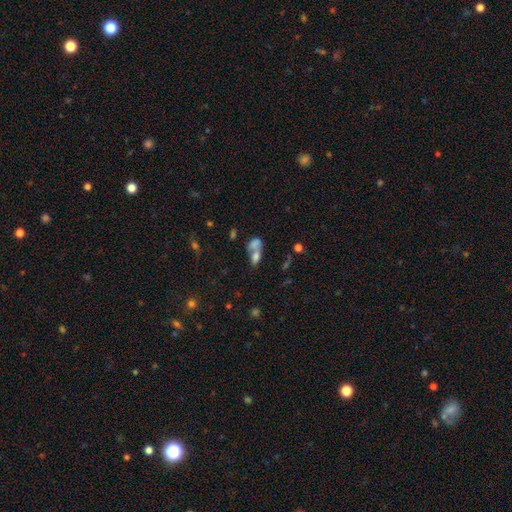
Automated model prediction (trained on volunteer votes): Overall: smooth (58%; star or artifact 22%). How rounded: in between (68%). Merging: merger (56%; none 30%).